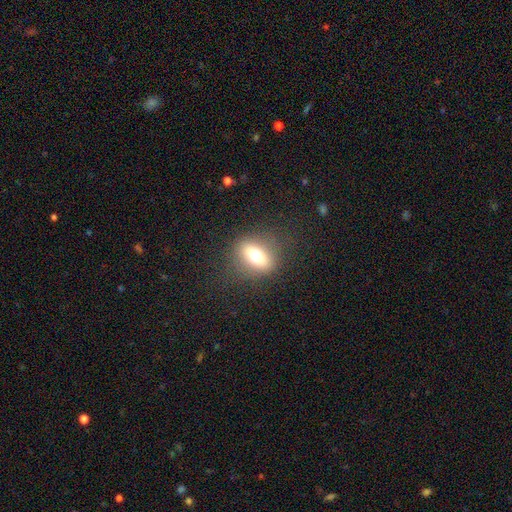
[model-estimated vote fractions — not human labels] smooth-or-featured: smooth: 67% | featured or disk: 22% | star or artifact: 12%
  how-rounded: in between: 66% | round: 28% | cigar-shaped: 6%
  merging: none: 82% | minor disturbance: 11% | major disturbance: 6% | merger: 1%